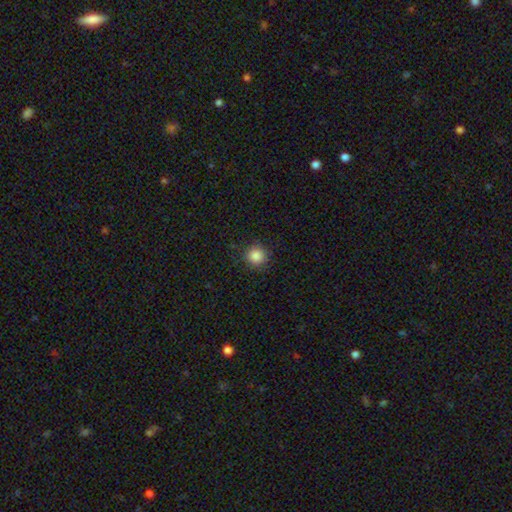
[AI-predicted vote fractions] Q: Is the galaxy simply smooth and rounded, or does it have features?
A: smooth — 87%.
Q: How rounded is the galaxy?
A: round — 94%.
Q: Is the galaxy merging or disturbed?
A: none — 89%.